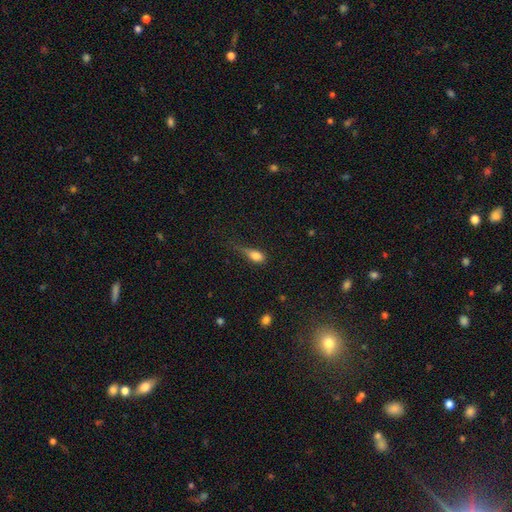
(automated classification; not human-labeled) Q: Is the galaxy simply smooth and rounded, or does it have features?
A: smooth — 79%.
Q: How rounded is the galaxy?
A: in between — 75%.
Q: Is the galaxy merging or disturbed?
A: minor disturbance — 37%.